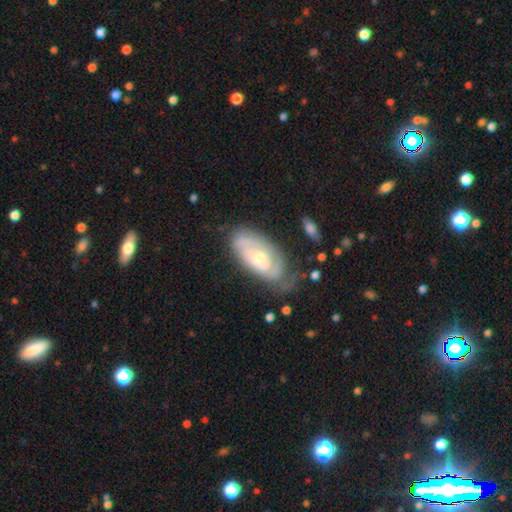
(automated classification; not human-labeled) smooth-or-featured: featured or disk: 67% | smooth: 25% | star or artifact: 8%
  disk-edge-on: no: 90% | yes: 10%
    bar: no: 77% | weak: 19% | strong: 4%
    has-spiral-arms: yes: 75% | no: 25%
    bulge-size: small: 48% | moderate: 47% | large: 3% | none: 1% | dominant: 1%
  merging: none: 58% | minor disturbance: 26% | major disturbance: 13% | merger: 3%